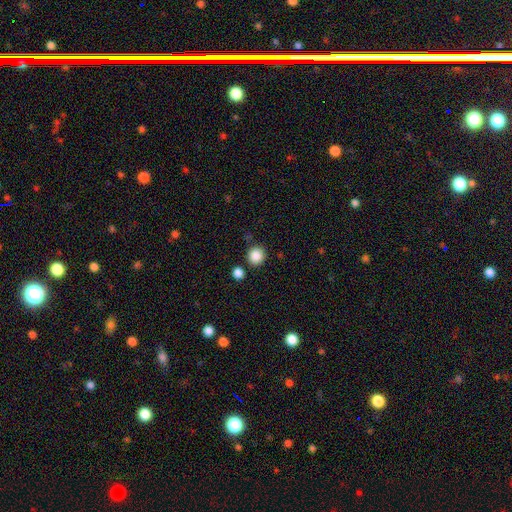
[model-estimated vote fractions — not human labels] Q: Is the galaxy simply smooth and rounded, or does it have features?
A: smooth — 87%.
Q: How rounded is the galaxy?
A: round — 92%.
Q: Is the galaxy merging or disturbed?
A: none — 85%.